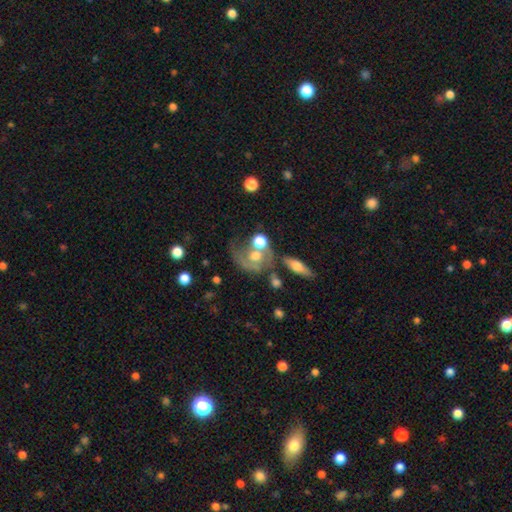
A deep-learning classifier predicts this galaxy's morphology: A featured or disk galaxy (59%) with no bar (78%), spiral arms (70%) and a moderate central bulge (59%). Merging: merger (33%).